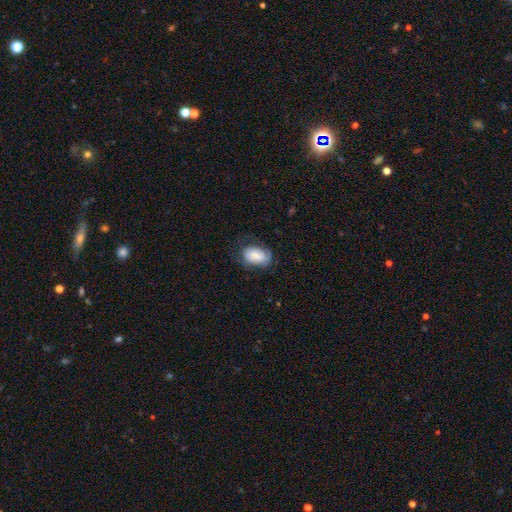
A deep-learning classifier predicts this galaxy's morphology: Smooth or featured: smooth — 67% (featured or disk — 25%)
How rounded: in between — 89% (round — 10%)
Merging: none — 58% (minor disturbance — 27%)